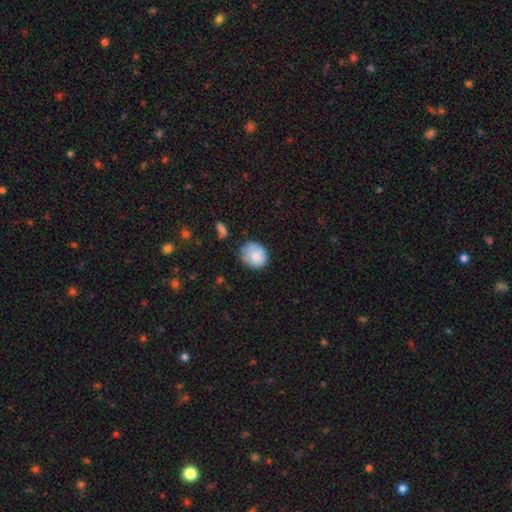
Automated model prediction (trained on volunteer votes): Smooth or featured?
  - smooth: 77% *
  - featured or disk: 15%
  - star or artifact: 8%
How rounded?
  - round: 69% *
  - in between: 30%
  - cigar-shaped: 1%
Merging?
  - none: 60% *
  - minor disturbance: 27%
  - major disturbance: 7%
  - merger: 6%